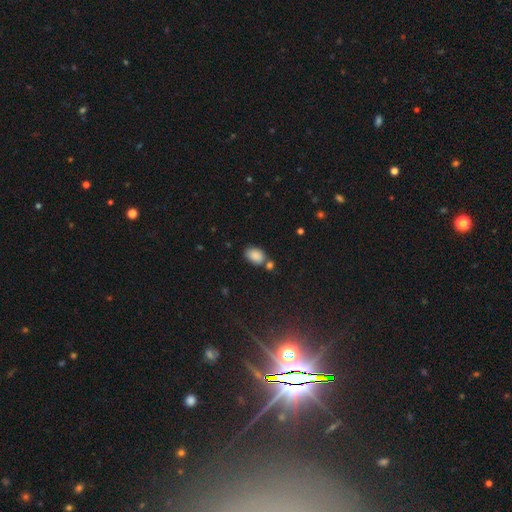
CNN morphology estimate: Smooth or featured: smooth — 86% (star or artifact — 9%)
How rounded: in between — 83% (round — 16%)
Merging: none — 61% (merger — 19%)